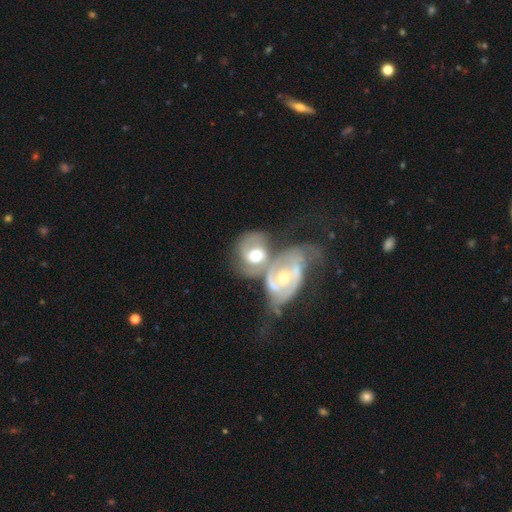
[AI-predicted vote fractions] The model was most divided on "spiral winding": medium: 42%, tight: 36%, loose: 22%. More confident: edge-on disk — no (95%); spiral arms — yes (79%); bulge size — moderate (71%); smooth or featured — featured or disk (69%); merging — merger (68%); spiral arm count — 2 (67%); bar — no (59%).